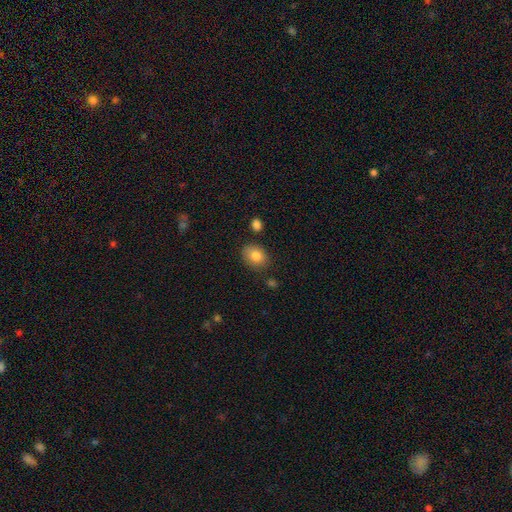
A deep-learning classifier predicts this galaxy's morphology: Smooth or featured? smooth (83%)
How rounded? in between (61%)
Merging? none (78%)